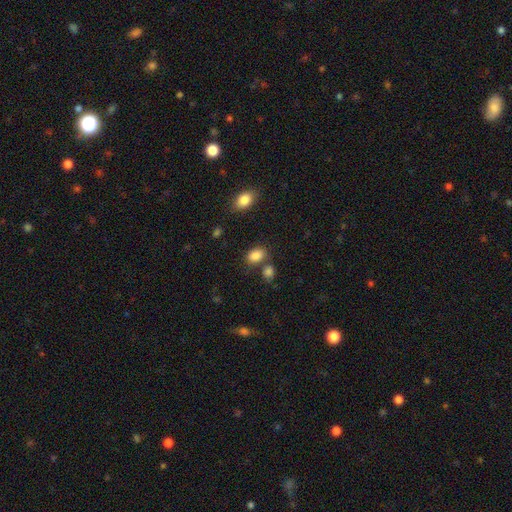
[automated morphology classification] smooth_or_featured: smooth (p=0.85) [alt: star or artifact p=0.10]
how_rounded: in between (p=0.78) [alt: round p=0.21]
merging: none (p=0.65) [alt: merger p=0.17]